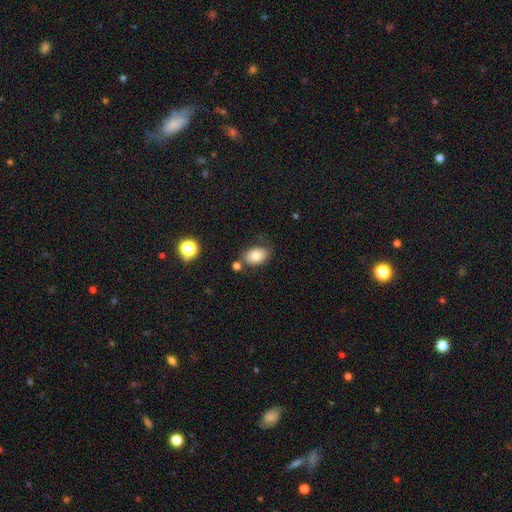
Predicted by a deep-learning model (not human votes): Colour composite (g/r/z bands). It shows a smooth galaxy with no disk features (80%) that is in between round and cigar-shaped (83%). Merging: none (69%).